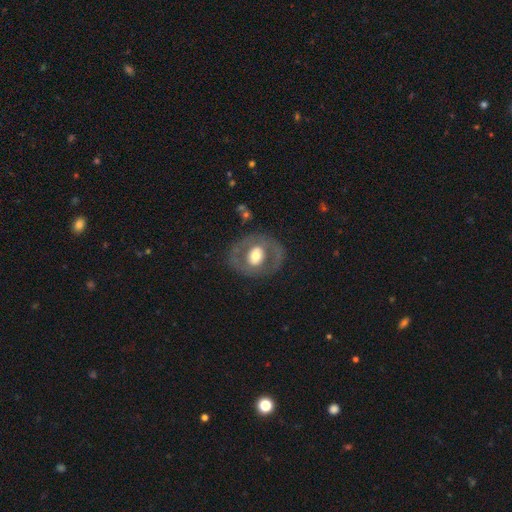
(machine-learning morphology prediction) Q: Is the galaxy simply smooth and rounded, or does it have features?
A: featured or disk — 54%.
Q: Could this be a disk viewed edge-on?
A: no — 94%.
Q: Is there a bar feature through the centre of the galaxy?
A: no — 68%.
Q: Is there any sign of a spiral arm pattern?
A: no — 82%.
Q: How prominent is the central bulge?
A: moderate — 55%.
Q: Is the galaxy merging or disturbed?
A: none — 75%.